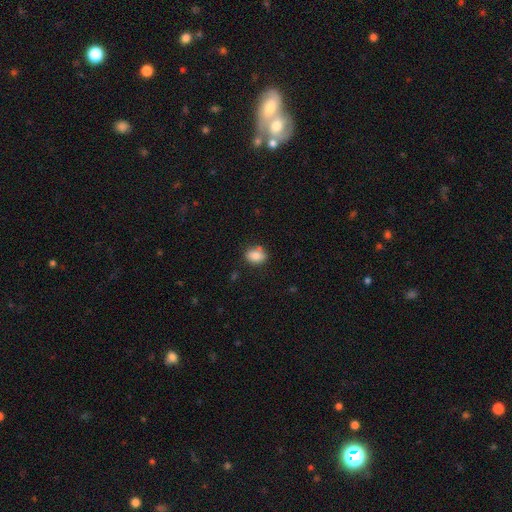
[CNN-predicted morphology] smooth_or_featured: smooth (p=0.83) [alt: star or artifact p=0.09]
how_rounded: in between (p=0.64) [alt: round p=0.35]
merging: none (p=0.73) [alt: minor disturbance p=0.17]